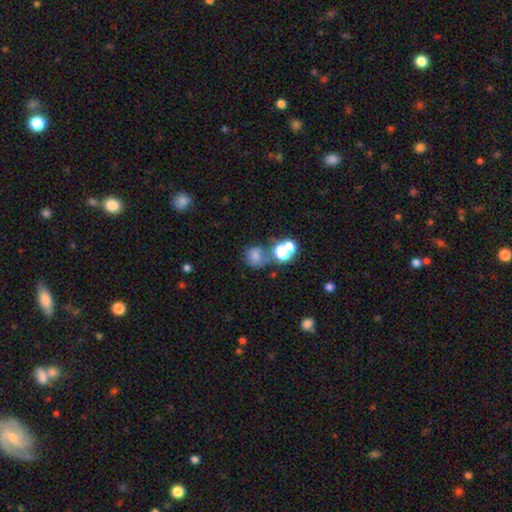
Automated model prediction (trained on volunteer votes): Smooth or featured?
  - smooth: 67% *
  - star or artifact: 19%
  - featured or disk: 14%
How rounded?
  - round: 79% *
  - in between: 20%
  - cigar-shaped: 1%
Merging?
  - none: 48% *
  - merger: 27%
  - minor disturbance: 15%
  - major disturbance: 10%